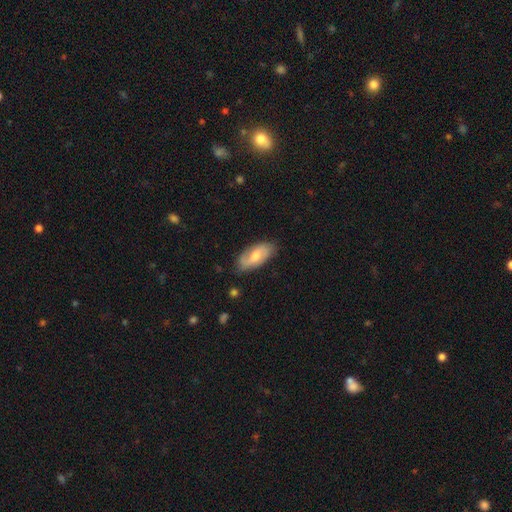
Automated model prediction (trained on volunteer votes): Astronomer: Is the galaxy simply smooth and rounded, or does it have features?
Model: featured or disk — 57% (runner-up: smooth, 37%).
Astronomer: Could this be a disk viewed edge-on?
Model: no — 91%.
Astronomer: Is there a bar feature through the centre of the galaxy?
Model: weak — 47% (runner-up: no, 41%).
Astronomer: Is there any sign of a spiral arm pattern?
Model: yes — 84%.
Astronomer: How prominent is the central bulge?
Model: moderate — 65%.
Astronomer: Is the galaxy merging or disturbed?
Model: none — 79%.